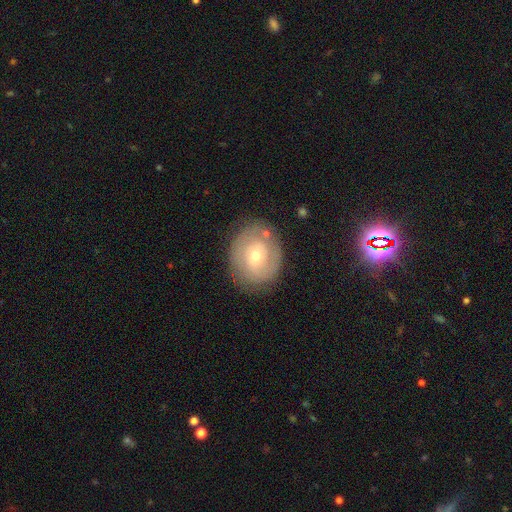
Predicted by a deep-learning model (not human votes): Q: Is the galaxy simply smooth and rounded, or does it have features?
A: featured or disk — 59%.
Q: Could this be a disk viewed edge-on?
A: no — 96%.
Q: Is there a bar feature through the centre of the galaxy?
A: no — 64%.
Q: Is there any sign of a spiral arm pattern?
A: yes — 71%.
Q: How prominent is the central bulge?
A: small — 52%.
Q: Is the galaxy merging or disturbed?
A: none — 79%.